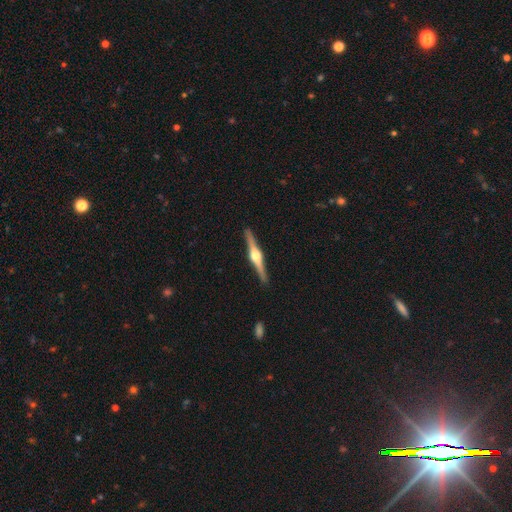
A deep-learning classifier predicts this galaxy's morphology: A featured or disk galaxy (85%) viewed edge-on (99%) with a rounded central bulge (96%). Merging: none (92%).